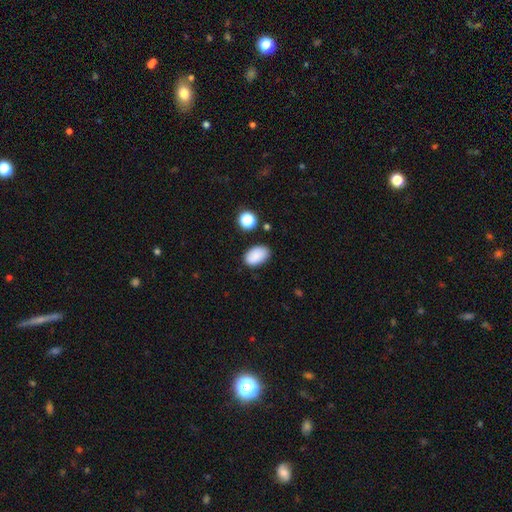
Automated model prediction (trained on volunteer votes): This is clearly a smooth galaxy (86%). How rounded: clearly in between (91%). Merging: likely none (80%).